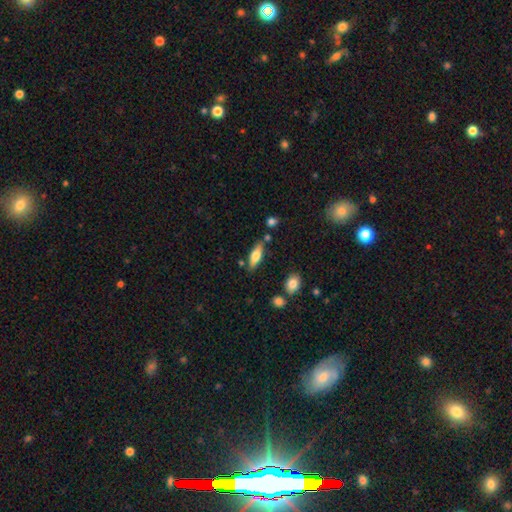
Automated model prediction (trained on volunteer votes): Smooth or featured? smooth (61%)
How rounded? in between (59%)
Merging? none (76%)